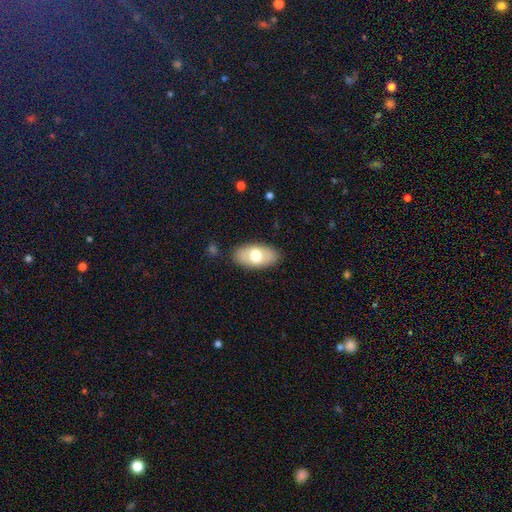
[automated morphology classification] Q: Smooth or featured?
A: smooth (66%); runner-up: featured or disk (28%)
Q: How rounded?
A: in between (94%); runner-up: round (4%)
Q: Merging?
A: none (85%); runner-up: minor disturbance (11%)